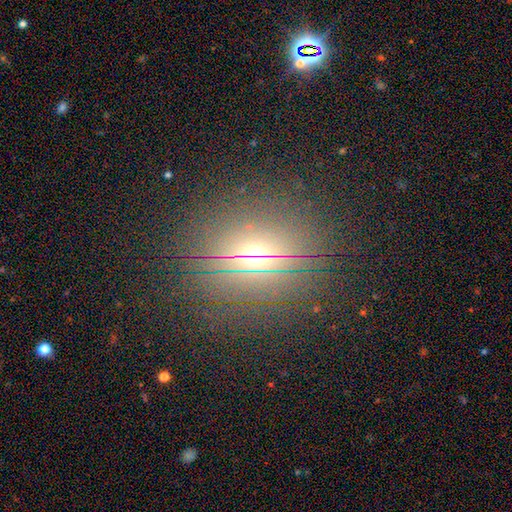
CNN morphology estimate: A smooth galaxy with no disk features (43%).

Vote fractions:
- Smooth or featured? smooth: 43% / star or artifact: 40% / featured or disk: 16%
- Merging? none: 86% / minor disturbance: 8% / major disturbance: 4% / merger: 2%